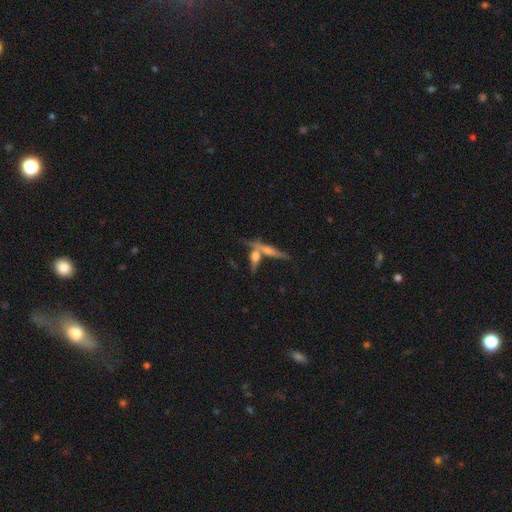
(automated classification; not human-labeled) Smooth or featured? featured or disk (51%)
Edge-on disk? yes (85%)
Merging? none (47%)